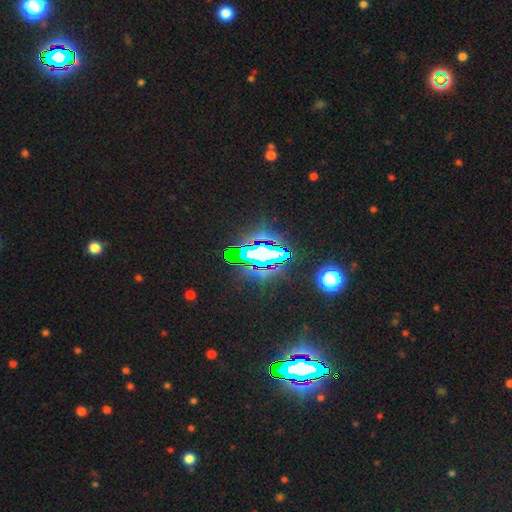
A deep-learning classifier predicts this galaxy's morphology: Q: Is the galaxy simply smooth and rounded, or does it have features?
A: star or artifact — 76%.